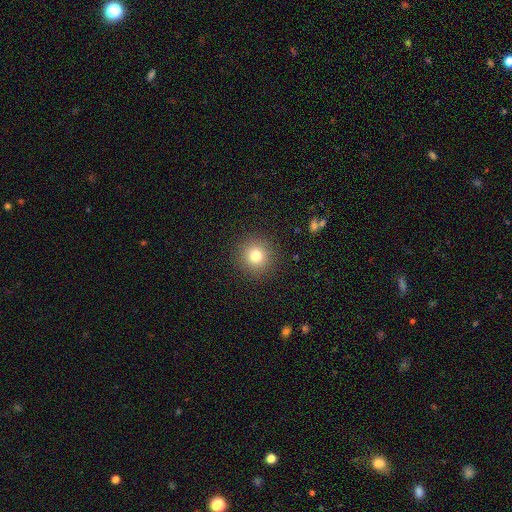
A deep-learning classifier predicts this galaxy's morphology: Smooth or featured: smooth — 79% (star or artifact — 13%)
How rounded: round — 94% (in between — 5%)
Merging: none — 91% (minor disturbance — 6%)